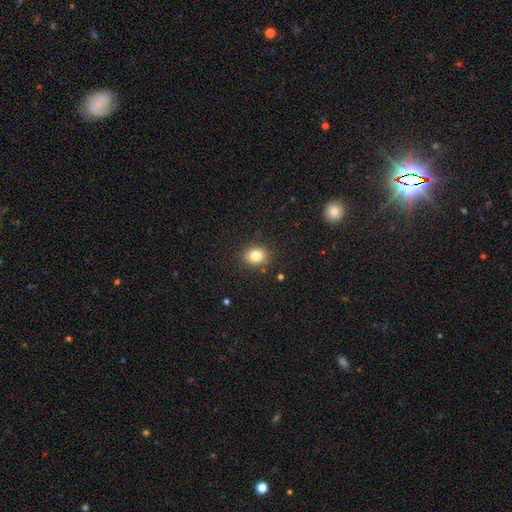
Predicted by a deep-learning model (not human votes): smooth 82%, star or artifact 11%, featured or disk 7%. Down the decision tree: how rounded — round (56%); merging — none (86%).